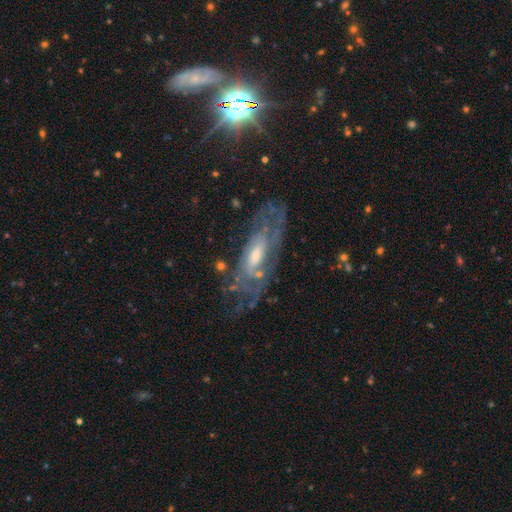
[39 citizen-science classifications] Volunteers were most divided on "bar": no: 45%, weak: 41%, strong: 14%. More confident: spiral arms — yes (77%); bulge size — moderate (77%); smooth or featured — featured or disk (77%); spiral arm count — can't tell (76%); edge-on disk — no (73%); merging — none (63%); spiral winding — tight (53%).